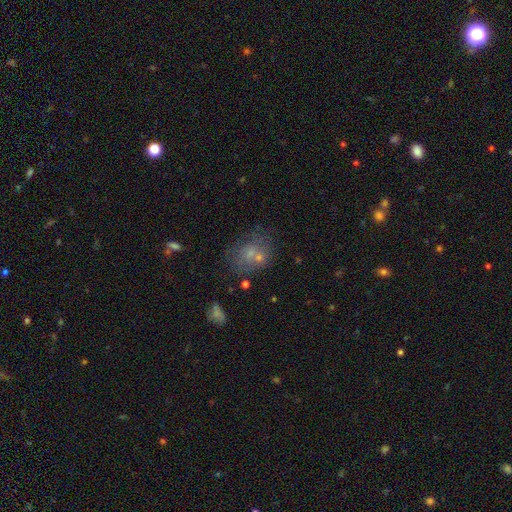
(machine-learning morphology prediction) This is possibly a smooth galaxy (50%). How rounded: possibly round (51%). Merging: possibly none (48%).